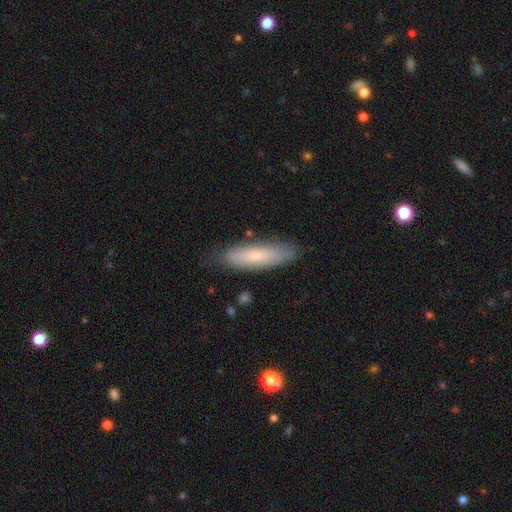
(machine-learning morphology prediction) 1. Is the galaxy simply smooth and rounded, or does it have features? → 66% smooth, 28% featured or disk, 7% star or artifact.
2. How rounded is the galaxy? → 59% cigar-shaped, 39% in between, 2% round.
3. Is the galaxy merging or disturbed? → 76% none, 18% minor disturbance, 4% major disturbance, 2% merger.